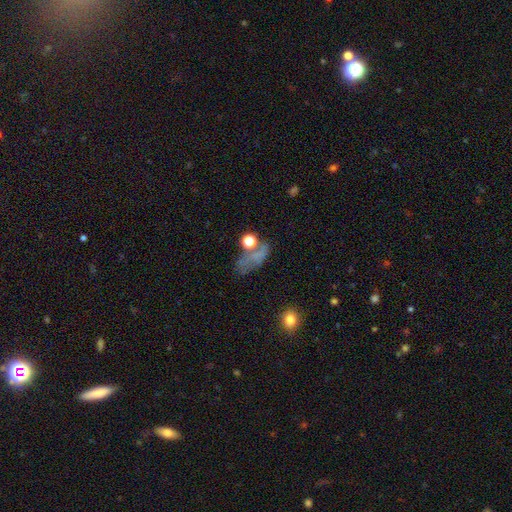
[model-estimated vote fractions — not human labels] Smooth or featured?
  - smooth: 49% *
  - featured or disk: 26%
  - star or artifact: 25%
Merging?
  - none: 43% *
  - major disturbance: 25%
  - minor disturbance: 22%
  - merger: 11%